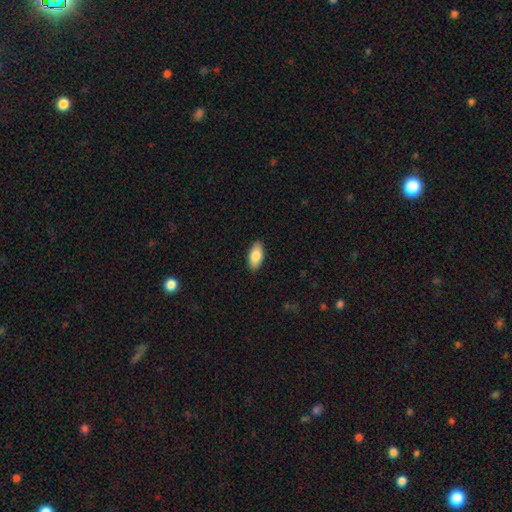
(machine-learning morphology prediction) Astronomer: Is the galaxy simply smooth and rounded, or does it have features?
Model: smooth — 83%.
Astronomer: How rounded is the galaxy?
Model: in between — 91%.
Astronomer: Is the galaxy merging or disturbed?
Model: none — 89%.